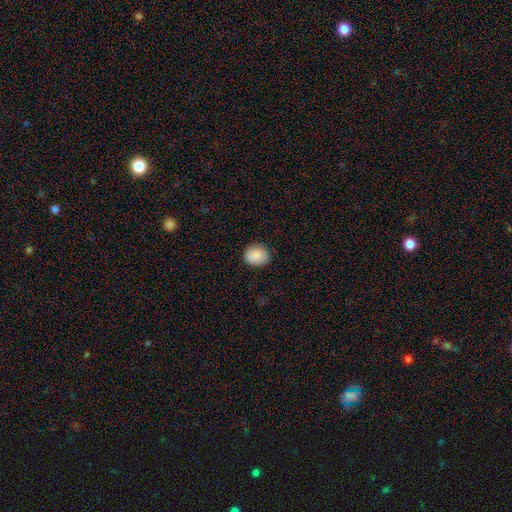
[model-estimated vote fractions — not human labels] Smooth or featured?
  - smooth: 88% *
  - star or artifact: 7%
  - featured or disk: 4%
How rounded?
  - round: 68% *
  - in between: 31%
  - cigar-shaped: 1%
Merging?
  - none: 86% *
  - minor disturbance: 10%
  - major disturbance: 2%
  - merger: 1%